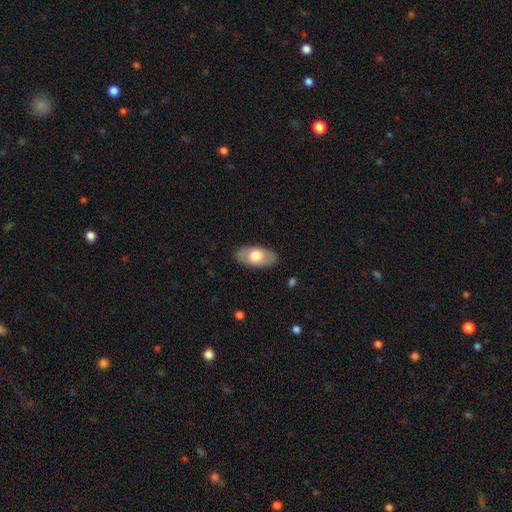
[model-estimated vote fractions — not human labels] Smooth or featured? smooth (67%)
How rounded? in between (93%)
Merging? none (85%)